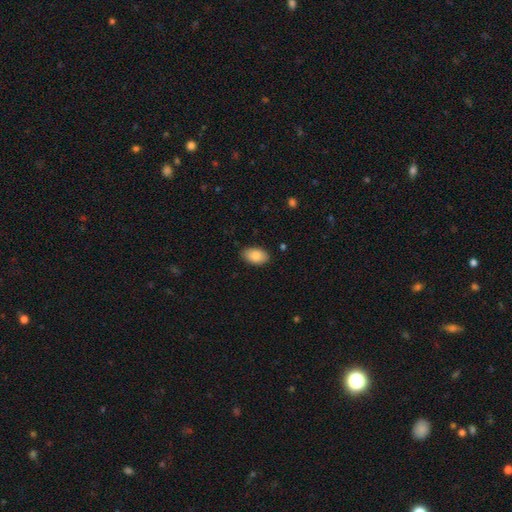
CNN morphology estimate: Smooth or featured? Predicted: smooth (p=0.86). How rounded? Predicted: in between (p=0.93). Merging? Predicted: none (p=0.86).